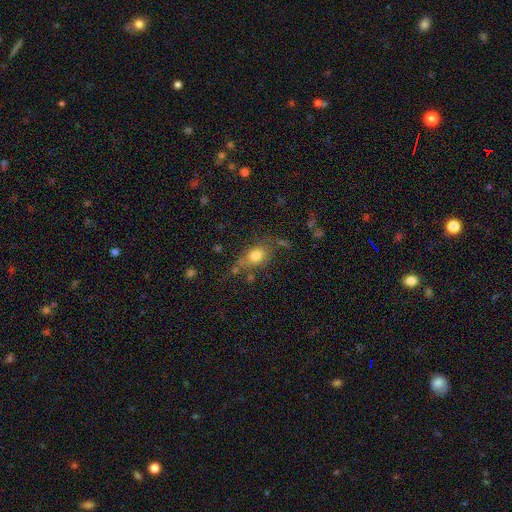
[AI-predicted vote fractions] smooth 76%, featured or disk 13%, star or artifact 11%. Down the decision tree: how rounded — in between (64%); merging — none (59%).